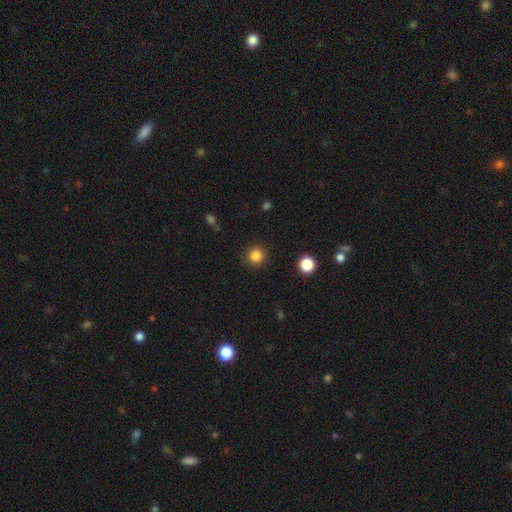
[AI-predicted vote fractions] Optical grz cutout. It shows a smooth galaxy with no disk features (84%) that is round (94%). Merging: none (90%).